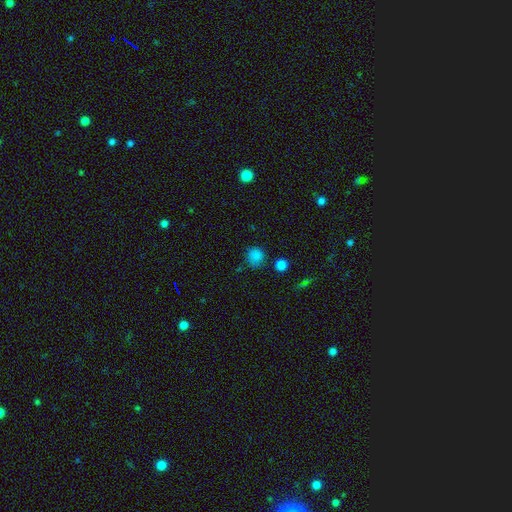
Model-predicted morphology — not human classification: Overall: smooth (81%). How rounded: round (84%). Merging: none (73%).